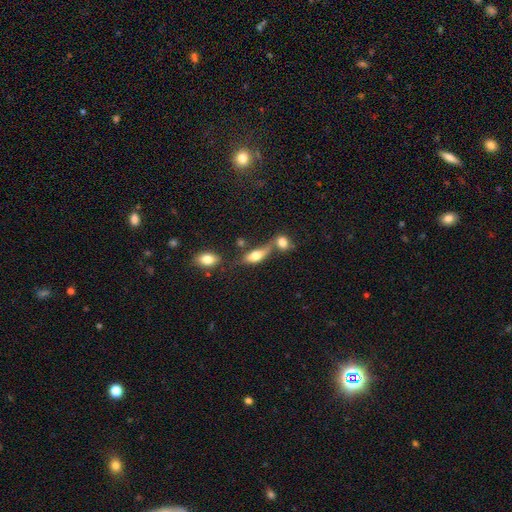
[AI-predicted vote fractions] This appears to be a smooth galaxy with no disk features (67%) that is in between round and cigar-shaped (73%). Merging: merger (43%).